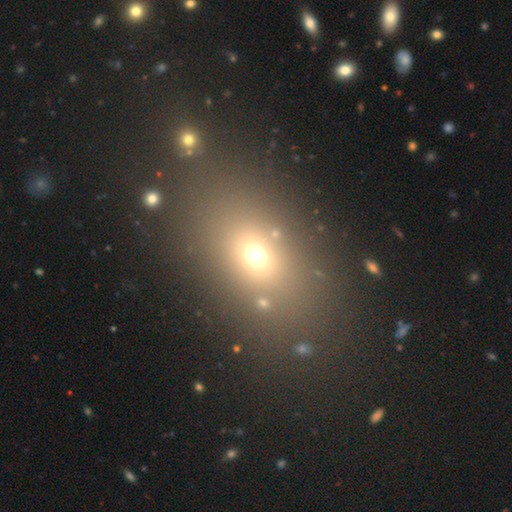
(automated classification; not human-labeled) The model was most divided on "how rounded": in between: 64%, round: 33%, cigar-shaped: 3%. More confident: merging — none (78%); smooth or featured — smooth (63%).